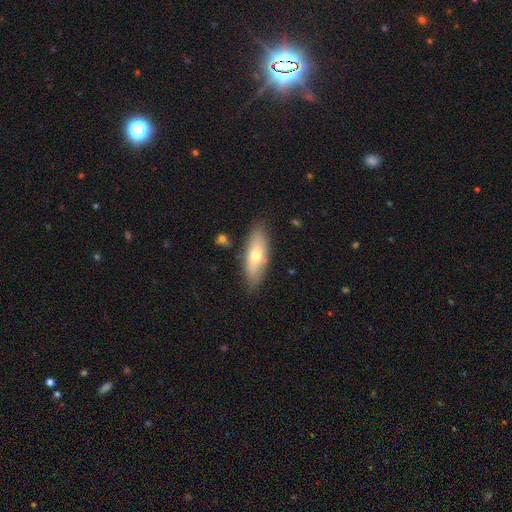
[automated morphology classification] smooth-or-featured: smooth: 62% | featured or disk: 32% | star or artifact: 6%
  how-rounded: in between: 67% | cigar-shaped: 30% | round: 3%
  merging: none: 83% | minor disturbance: 12% | major disturbance: 3% | merger: 2%